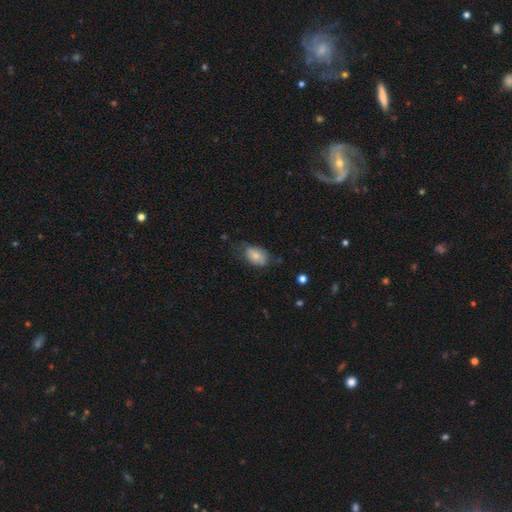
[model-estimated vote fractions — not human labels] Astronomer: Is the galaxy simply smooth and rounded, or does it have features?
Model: smooth — 74%.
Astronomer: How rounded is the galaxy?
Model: in between — 87%.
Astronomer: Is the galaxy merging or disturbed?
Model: none — 55% (runner-up: minor disturbance, 32%).